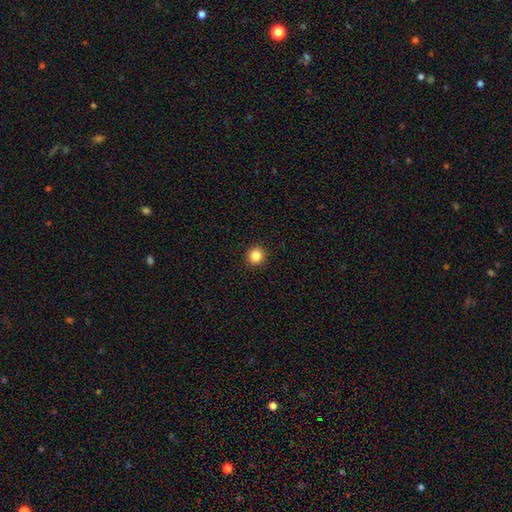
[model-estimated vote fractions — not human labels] smooth 85%, star or artifact 11%, featured or disk 4%. Down the decision tree: how rounded — round (92%); merging — none (93%).